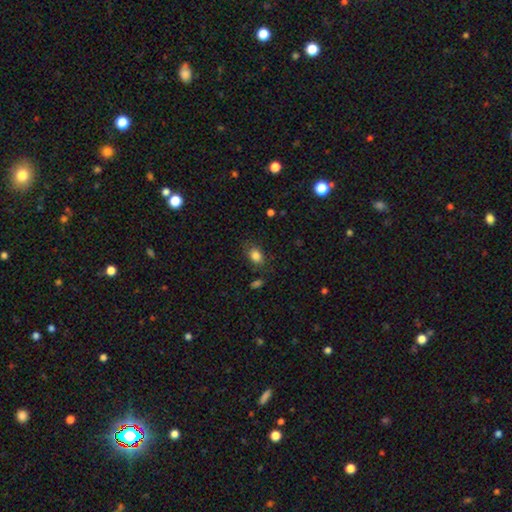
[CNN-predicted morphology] A smooth galaxy with no disk features (83%) that is in between round and cigar-shaped (74%).

Vote fractions:
- Smooth or featured? smooth: 83% / star or artifact: 10% / featured or disk: 7%
- How rounded? in between: 74% / round: 24% / cigar-shaped: 1%
- Merging? none: 76% / minor disturbance: 16% / major disturbance: 5% / merger: 3%